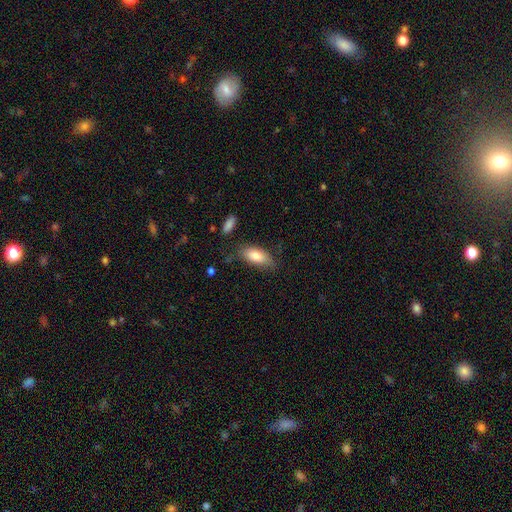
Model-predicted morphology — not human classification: smooth-or-featured: smooth: 81% | featured or disk: 13% | star or artifact: 7%
  how-rounded: in between: 85% | cigar-shaped: 12% | round: 3%
  merging: none: 71% | minor disturbance: 21% | major disturbance: 5% | merger: 3%